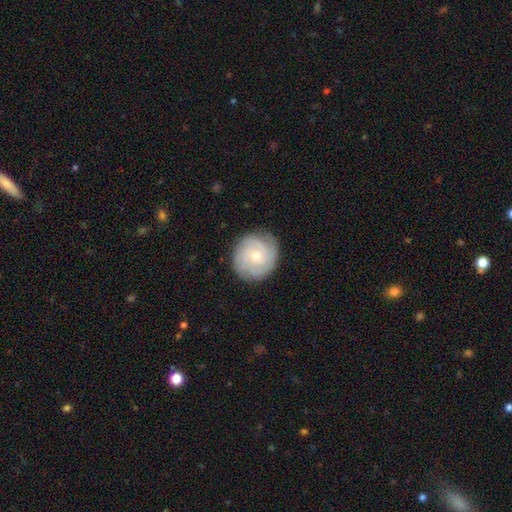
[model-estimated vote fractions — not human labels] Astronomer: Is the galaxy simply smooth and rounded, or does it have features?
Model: featured or disk — 65%.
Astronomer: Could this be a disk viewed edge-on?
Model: no — 97%.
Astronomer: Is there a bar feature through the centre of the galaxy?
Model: no — 79%.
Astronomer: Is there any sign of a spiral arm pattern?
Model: yes — 89%.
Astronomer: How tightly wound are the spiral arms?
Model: tight — 72%.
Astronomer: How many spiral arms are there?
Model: can't tell — 38% (runner-up: 3, 24%).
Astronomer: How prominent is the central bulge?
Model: small — 50% (runner-up: moderate, 47%).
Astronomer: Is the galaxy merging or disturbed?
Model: none — 82%.